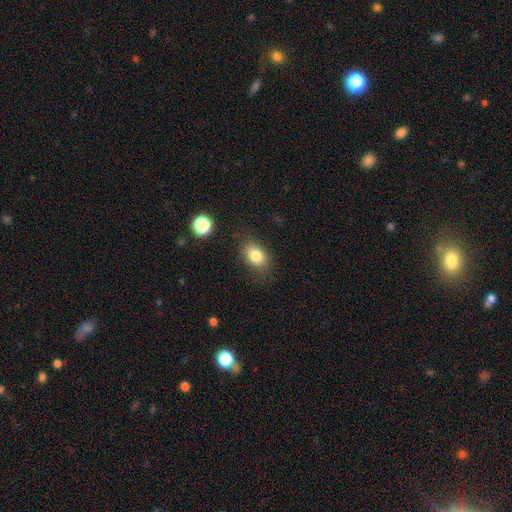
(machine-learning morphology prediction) Overall: smooth (82%). How rounded: in between (78%). Merging: none (79%).